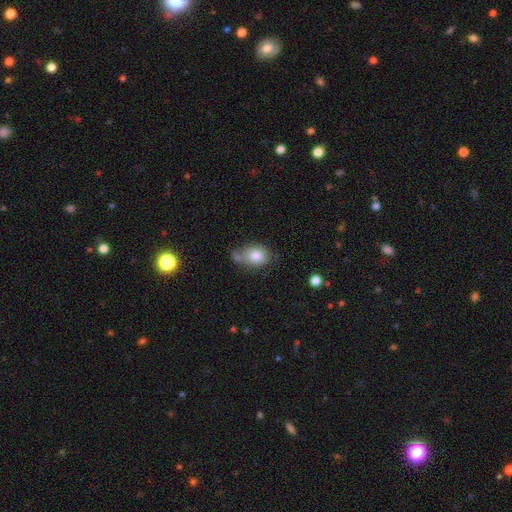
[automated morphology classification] Smooth or featured?
  - smooth: 80% *
  - featured or disk: 11%
  - star or artifact: 8%
How rounded?
  - in between: 55% *
  - round: 44%
  - cigar-shaped: 1%
Merging?
  - none: 47% *
  - minor disturbance: 24%
  - merger: 20%
  - major disturbance: 9%